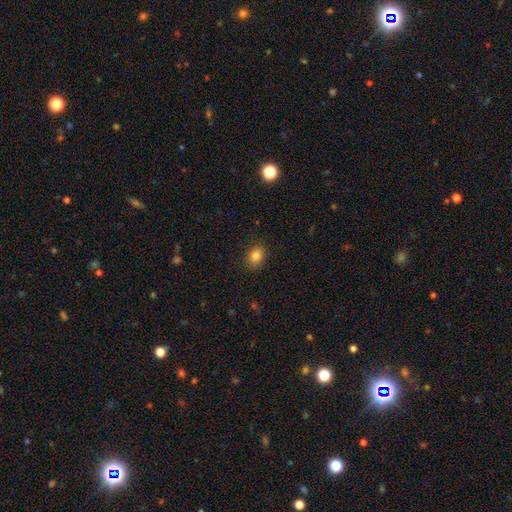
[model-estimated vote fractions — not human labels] A smooth galaxy with no disk features (83%) that is in between round and cigar-shaped (63%).

Vote fractions:
- Smooth or featured? smooth: 83% / star or artifact: 11% / featured or disk: 6%
- How rounded? in between: 63% / round: 36% / cigar-shaped: 1%
- Merging? none: 87% / minor disturbance: 10% / major disturbance: 2% / merger: 1%